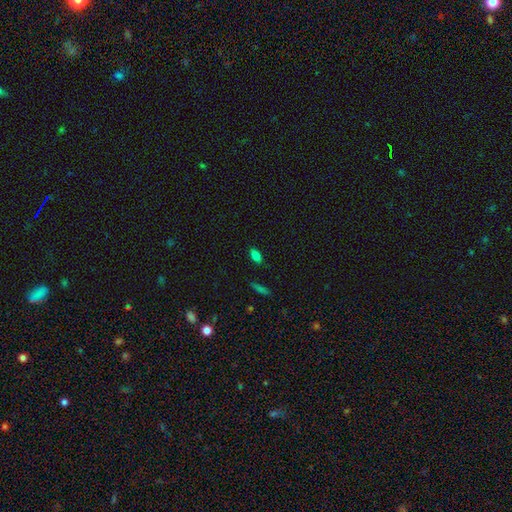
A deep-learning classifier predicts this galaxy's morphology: Smooth or featured? Predicted: smooth (p=0.78). How rounded? Predicted: in between (p=0.86). Merging? Predicted: none (p=0.85).